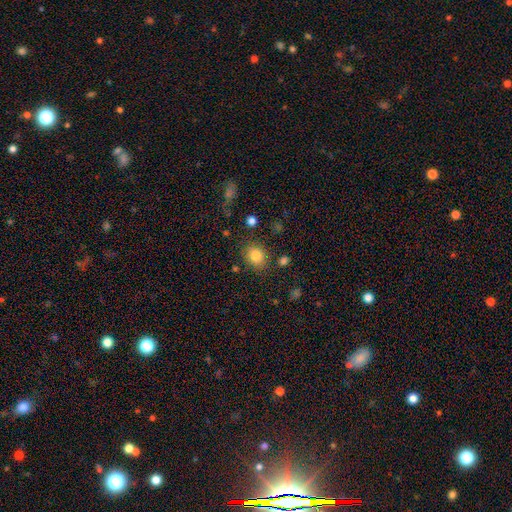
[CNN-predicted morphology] A smooth galaxy with no disk features (83%) that is round (60%).

Vote fractions:
- Smooth or featured? smooth: 83% / star or artifact: 10% / featured or disk: 7%
- How rounded? round: 60% / in between: 39% / cigar-shaped: 1%
- Merging? none: 81% / minor disturbance: 12% / major disturbance: 4% / merger: 4%